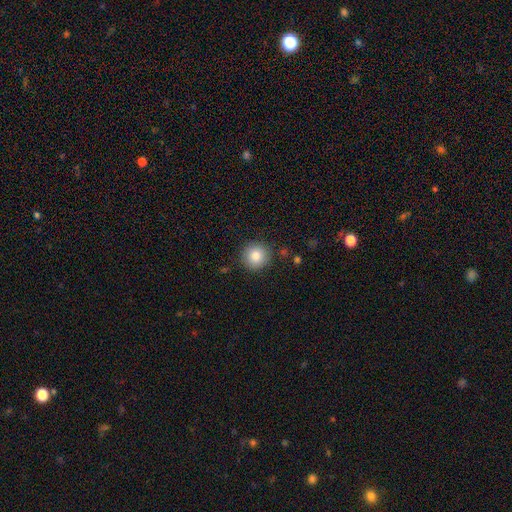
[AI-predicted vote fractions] Smooth or featured? Predicted: smooth (p=0.84). How rounded? Predicted: round (p=0.94). Merging? Predicted: none (p=0.89).